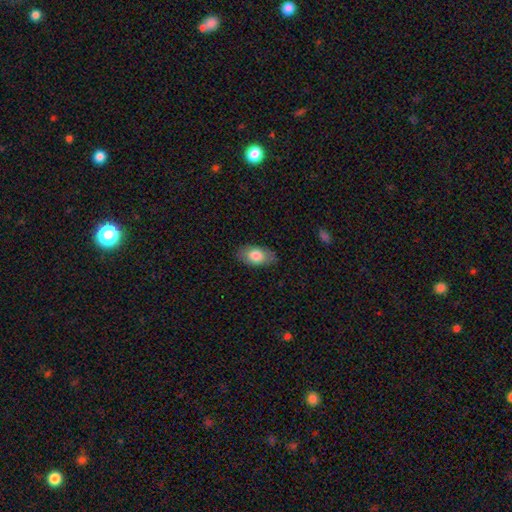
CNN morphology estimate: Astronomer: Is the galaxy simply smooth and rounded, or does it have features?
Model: smooth — 79%.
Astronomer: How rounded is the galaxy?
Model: in between — 93%.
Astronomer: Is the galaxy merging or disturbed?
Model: none — 83%.